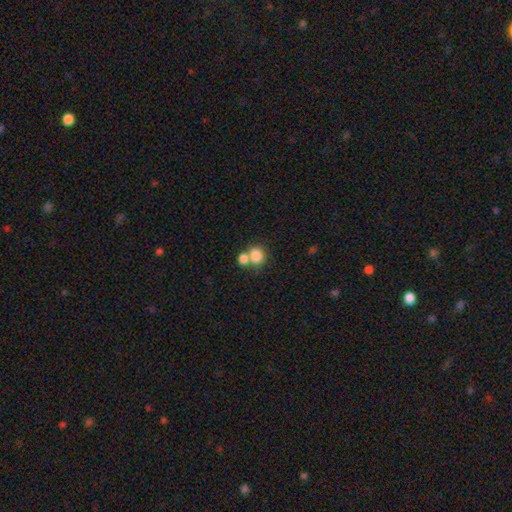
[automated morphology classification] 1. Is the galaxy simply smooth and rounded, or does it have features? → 82% smooth, 10% star or artifact, 8% featured or disk.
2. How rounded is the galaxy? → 78% round, 21% in between, 1% cigar-shaped.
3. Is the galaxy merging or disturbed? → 46% merger, 44% none, 7% minor disturbance, 3% major disturbance.